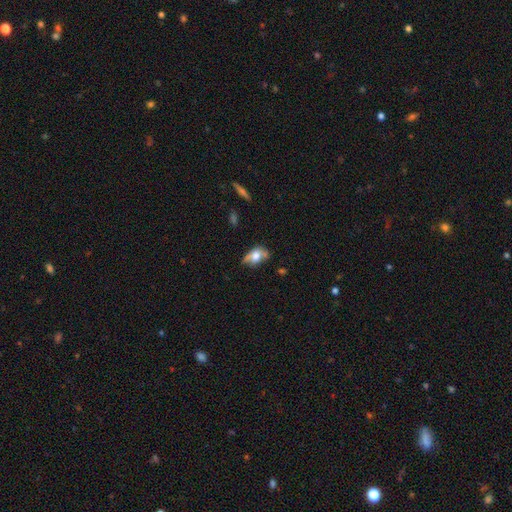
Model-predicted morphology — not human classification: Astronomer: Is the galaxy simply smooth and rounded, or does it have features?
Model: smooth — 58%.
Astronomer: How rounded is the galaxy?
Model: in between — 81%.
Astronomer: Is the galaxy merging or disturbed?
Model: none — 35% (runner-up: minor disturbance, 34%).